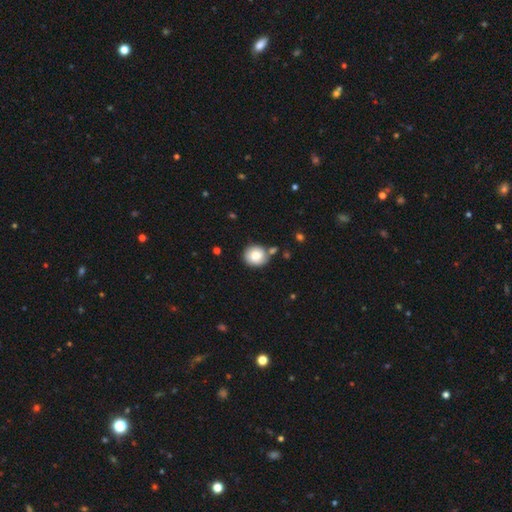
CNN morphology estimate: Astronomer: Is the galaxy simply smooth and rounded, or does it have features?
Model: smooth — 81%.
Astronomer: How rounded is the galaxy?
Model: round — 88%.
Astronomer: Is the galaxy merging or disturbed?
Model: none — 74%.